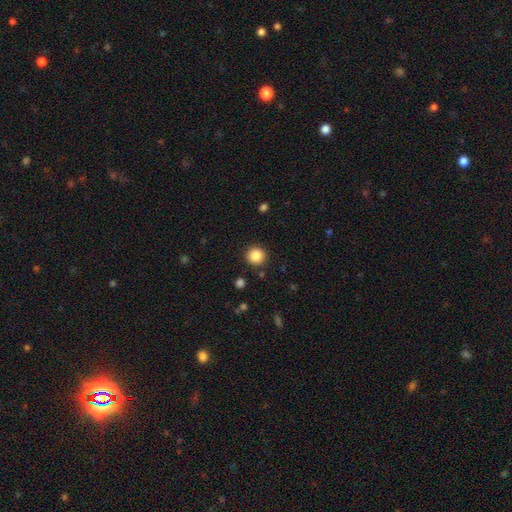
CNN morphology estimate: This appears to be a smooth galaxy with no disk features (87%) that is round (95%). Merging: none (91%).